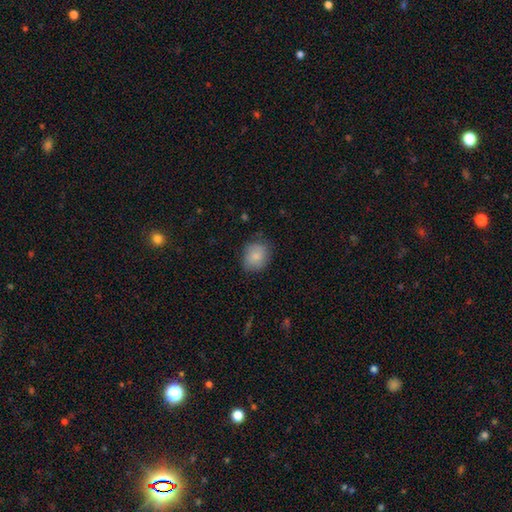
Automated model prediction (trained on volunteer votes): This is clearly a smooth galaxy (85%). How rounded: likely round (64%). Merging: likely none (75%).